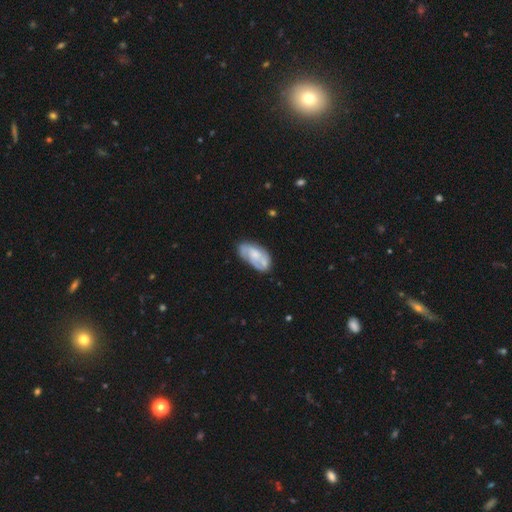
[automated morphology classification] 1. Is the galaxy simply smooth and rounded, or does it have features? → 59% featured or disk, 35% smooth, 6% star or artifact.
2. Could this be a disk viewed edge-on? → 95% no, 5% yes.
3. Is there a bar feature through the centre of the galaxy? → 70% no, 25% weak, 5% strong.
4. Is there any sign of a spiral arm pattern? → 76% yes, 24% no.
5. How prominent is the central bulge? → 40% moderate, 31% small, 19% none, 9% large, 2% dominant.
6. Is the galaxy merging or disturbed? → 62% none, 25% minor disturbance, 9% major disturbance, 4% merger.